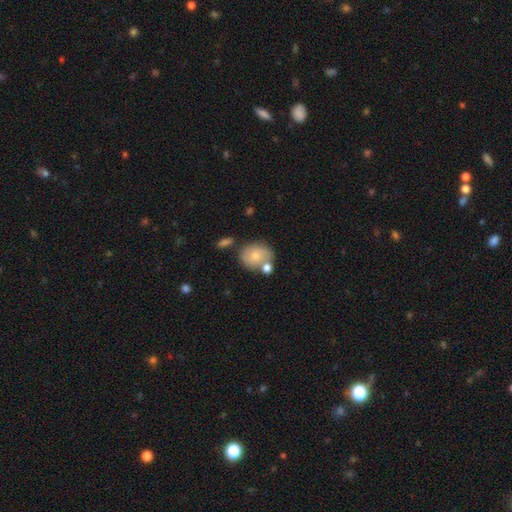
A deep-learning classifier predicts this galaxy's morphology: This appears to be a smooth galaxy with no disk features (71%) that is round (61%). Merging: none (56%).